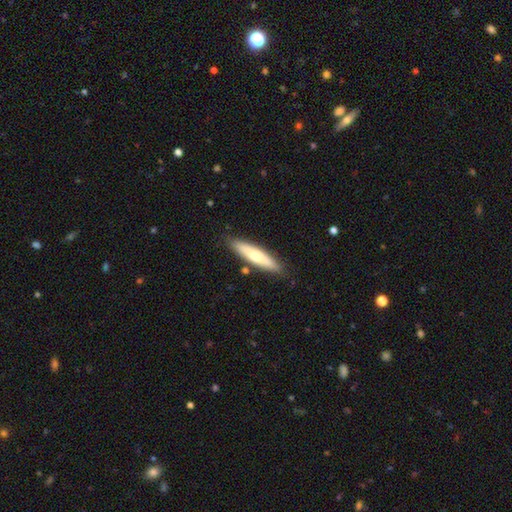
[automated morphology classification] Smooth or featured? Predicted: smooth (p=0.61). How rounded? Predicted: cigar-shaped (p=0.77). Merging? Predicted: none (p=0.85).